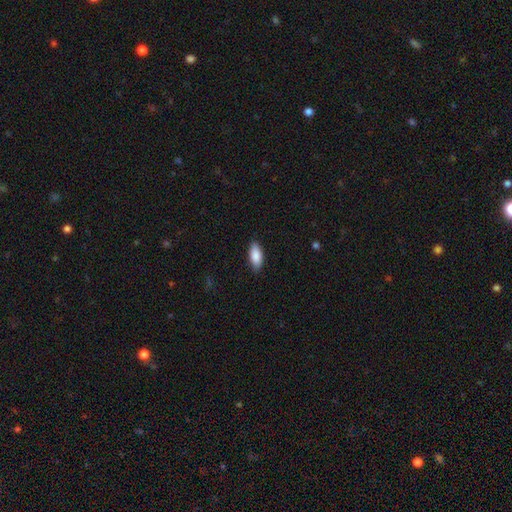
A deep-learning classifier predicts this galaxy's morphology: smooth 88%, featured or disk 6%, star or artifact 6%. Down the decision tree: how rounded — in between (85%); merging — none (86%).